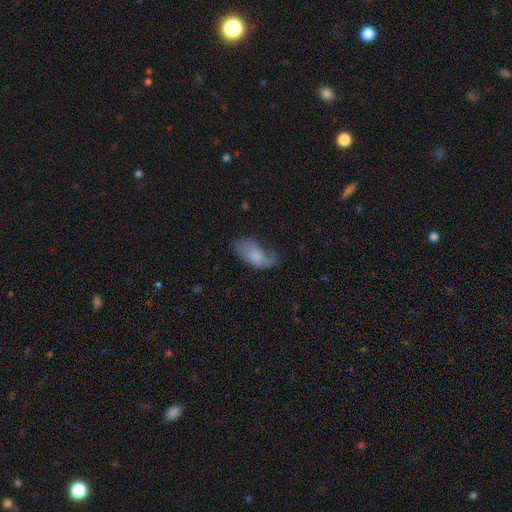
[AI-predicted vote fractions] This is likely a smooth galaxy (63%). How rounded: clearly in between (92%). Merging: marginally none (33%, tied with minor disturbance).